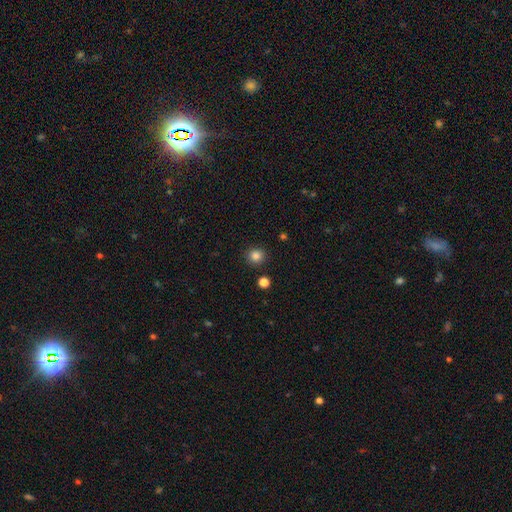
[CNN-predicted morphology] smooth 84%, star or artifact 12%, featured or disk 4%. Down the decision tree: how rounded — round (91%); merging — none (90%).